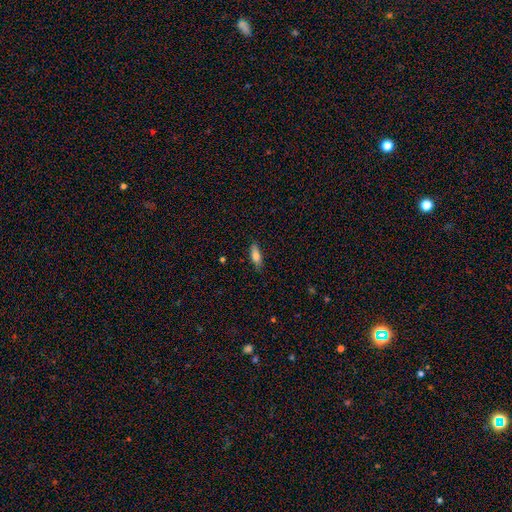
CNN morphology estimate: This is likely a smooth galaxy (75%). How rounded: possibly in between (59%). Merging: clearly none (83%).